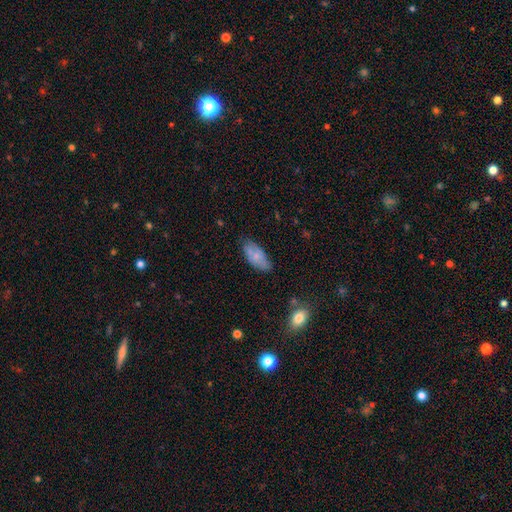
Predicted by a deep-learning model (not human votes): Overall: smooth (70%). How rounded: in between (90%). Merging: none (68%).